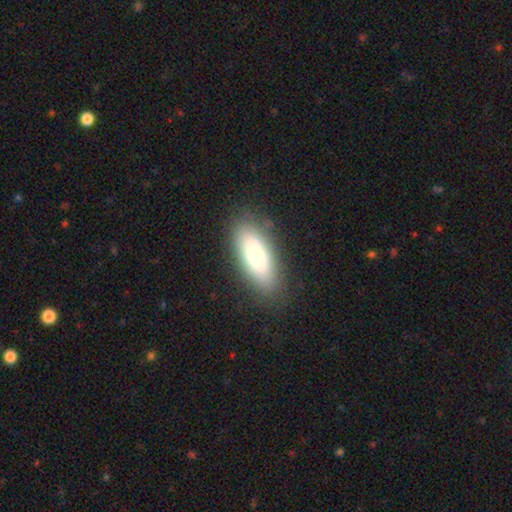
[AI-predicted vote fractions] A smooth galaxy with no disk features (70%) that is in between round and cigar-shaped (76%). Merging: none (83%).